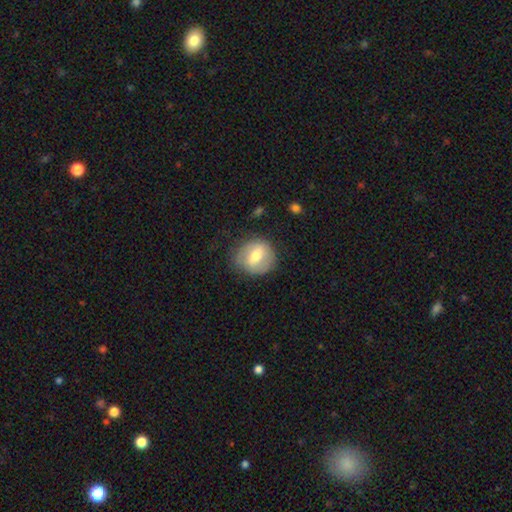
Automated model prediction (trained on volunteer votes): smooth 52%, featured or disk 41%, star or artifact 7%. Down the decision tree: how rounded — round (77%); merging — none (74%).